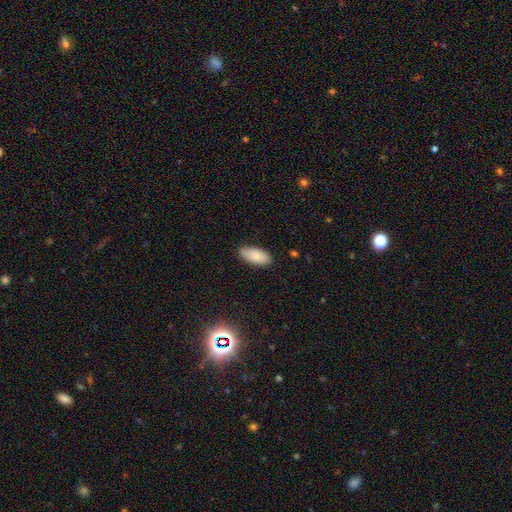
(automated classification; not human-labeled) smooth_or_featured: smooth (p=0.83) [alt: featured or disk p=0.10]
how_rounded: in between (p=0.90) [alt: cigar-shaped p=0.08]
merging: none (p=0.84) [alt: minor disturbance p=0.13]